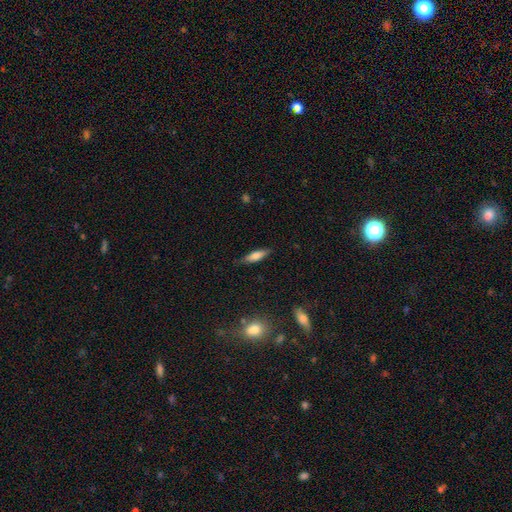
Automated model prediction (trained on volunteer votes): A smooth galaxy with no disk features (69%) that is cigar-shaped (65%). Merging: none (80%).